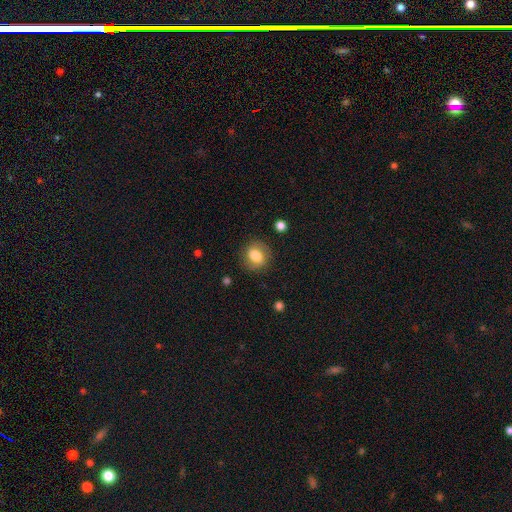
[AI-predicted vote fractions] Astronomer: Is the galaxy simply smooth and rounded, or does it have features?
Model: smooth — 76%.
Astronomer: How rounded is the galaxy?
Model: round — 60% (runner-up: in between, 39%).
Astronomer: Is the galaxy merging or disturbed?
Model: none — 84%.